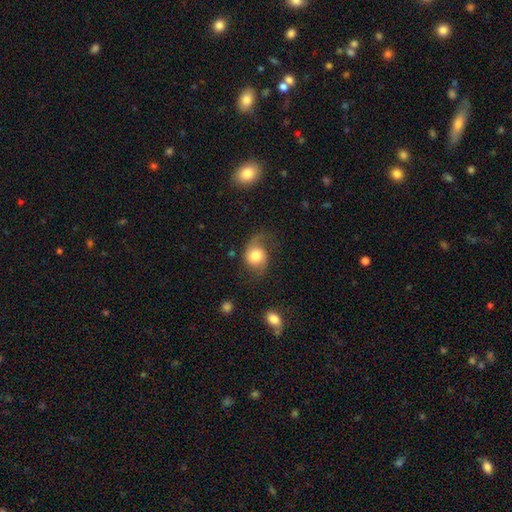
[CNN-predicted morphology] Smooth or featured: smooth — 53% (featured or disk — 39%)
How rounded: round — 59% (in between — 40%)
Merging: none — 46% (minor disturbance — 27%)